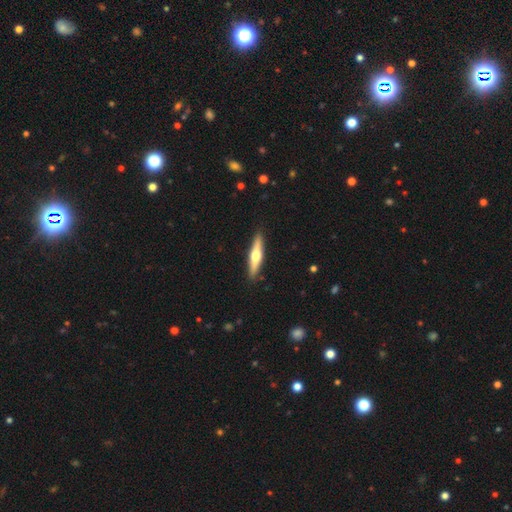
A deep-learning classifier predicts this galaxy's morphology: Overall: featured or disk (57%; smooth 38%). Edge-on disk: yes (95%). Edge-on bulge: rounded (94%). Merging: none (90%).